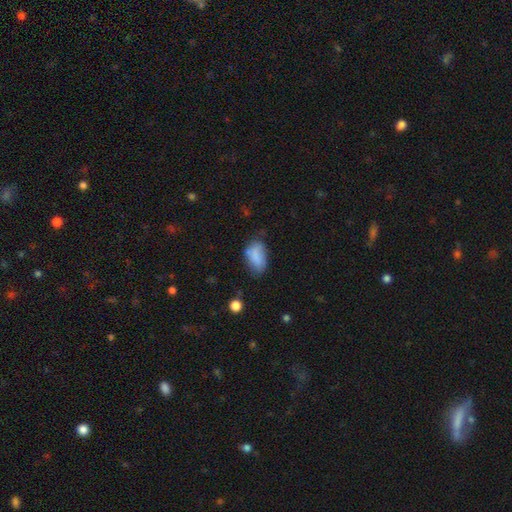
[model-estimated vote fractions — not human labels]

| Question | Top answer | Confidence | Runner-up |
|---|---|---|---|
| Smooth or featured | smooth | 78% | featured or disk (14%) |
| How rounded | in between | 92% | round (5%) |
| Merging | none | 51% | minor disturbance (34%) |